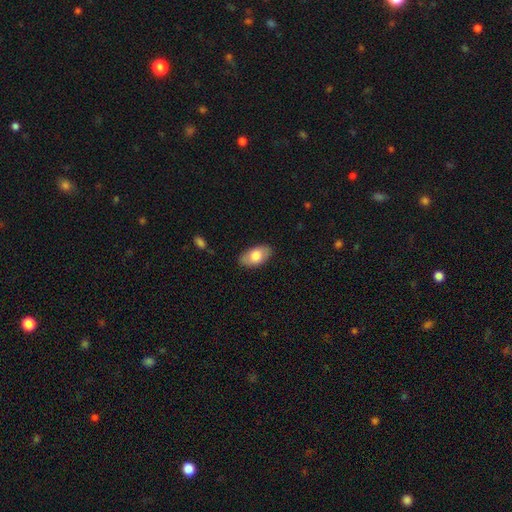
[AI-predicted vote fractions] Smooth or featured?
  - smooth: 77% *
  - featured or disk: 18%
  - star or artifact: 6%
How rounded?
  - in between: 94% *
  - round: 4%
  - cigar-shaped: 2%
Merging?
  - none: 84% *
  - minor disturbance: 12%
  - major disturbance: 3%
  - merger: 1%